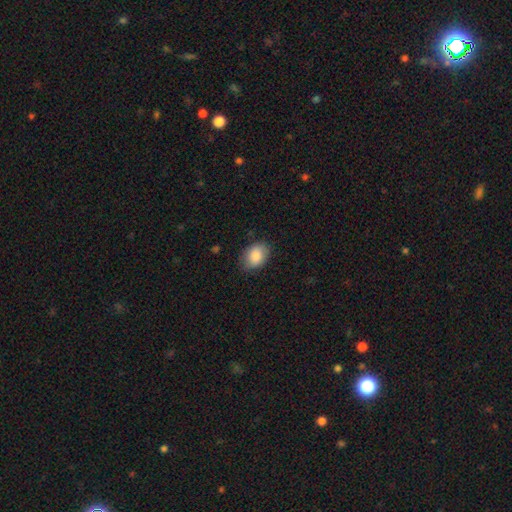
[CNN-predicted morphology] The model was most divided on "how rounded": in between: 76%, round: 23%, cigar-shaped: 1%. More confident: smooth or featured — smooth (86%); merging — none (79%).